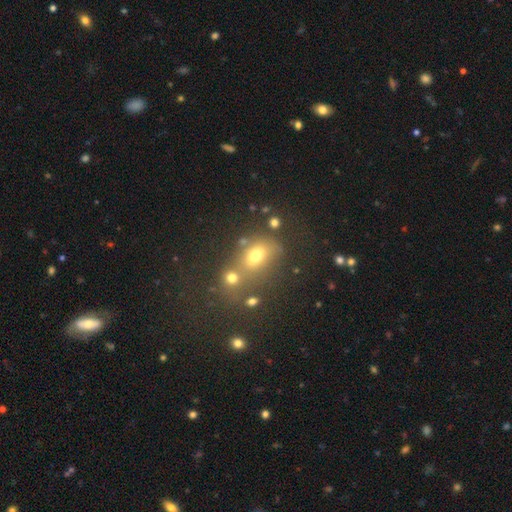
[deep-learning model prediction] A smooth galaxy with no disk features (64%) that is in between round and cigar-shaped (64%).

Vote fractions:
- Smooth or featured? smooth: 64% / star or artifact: 22% / featured or disk: 14%
- How rounded? in between: 64% / round: 33% / cigar-shaped: 4%
- Merging? none: 46% / merger: 33% / minor disturbance: 13% / major disturbance: 8%